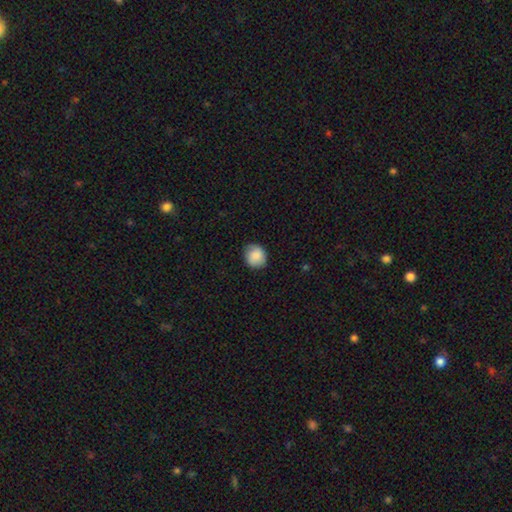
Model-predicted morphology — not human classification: smooth-or-featured: smooth: 87% | star or artifact: 7% | featured or disk: 6%
  how-rounded: round: 76% | in between: 23% | cigar-shaped: 1%
  merging: none: 83% | minor disturbance: 13% | major disturbance: 3% | merger: 1%